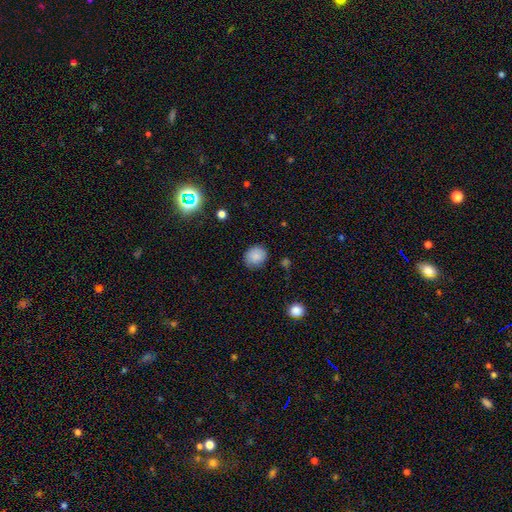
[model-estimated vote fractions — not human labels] Smooth or featured: smooth — 85% (star or artifact — 10%)
How rounded: round — 73% (in between — 26%)
Merging: none — 81% (minor disturbance — 14%)